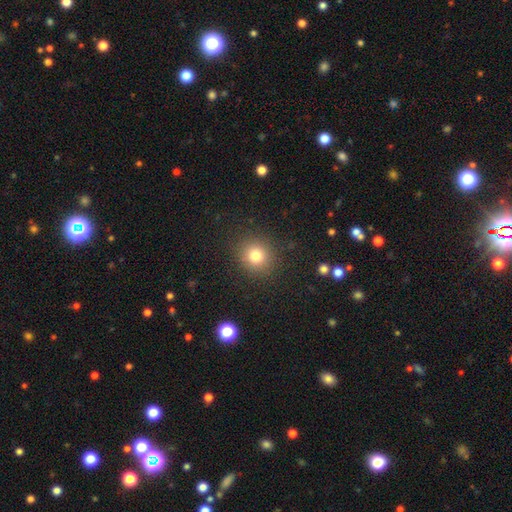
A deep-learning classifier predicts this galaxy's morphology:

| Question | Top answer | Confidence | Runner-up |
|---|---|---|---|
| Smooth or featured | smooth | 79% | star or artifact (13%) |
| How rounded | round | 86% | in between (14%) |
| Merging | none | 89% | minor disturbance (7%) |